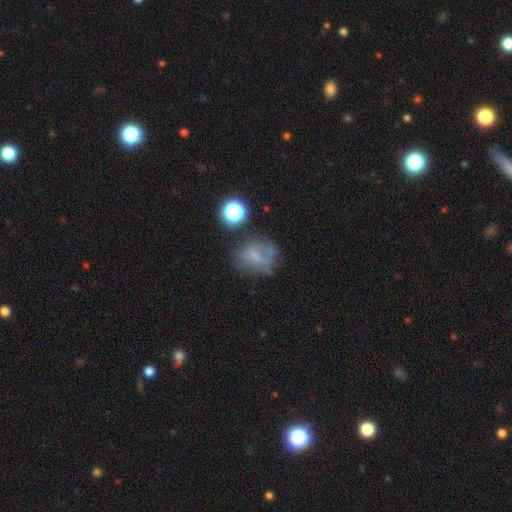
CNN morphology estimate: Smooth or featured?
  - smooth: 42% *
  - featured or disk: 36%
  - star or artifact: 21%
Merging?
  - none: 47% *
  - minor disturbance: 24%
  - major disturbance: 22%
  - merger: 7%